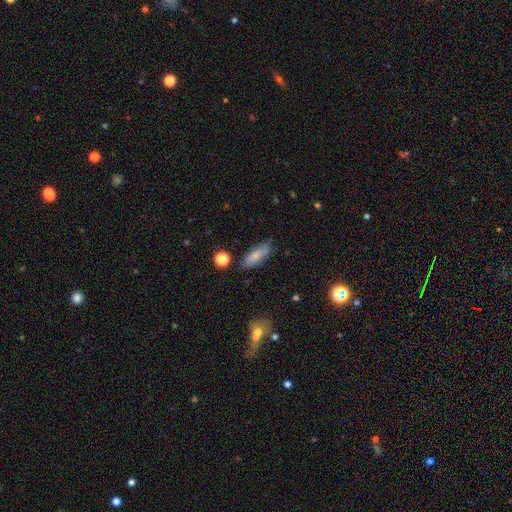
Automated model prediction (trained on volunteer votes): Smooth or featured: smooth — 78% (featured or disk — 15%)
How rounded: in between — 66% (cigar-shaped — 31%)
Merging: none — 77% (minor disturbance — 17%)